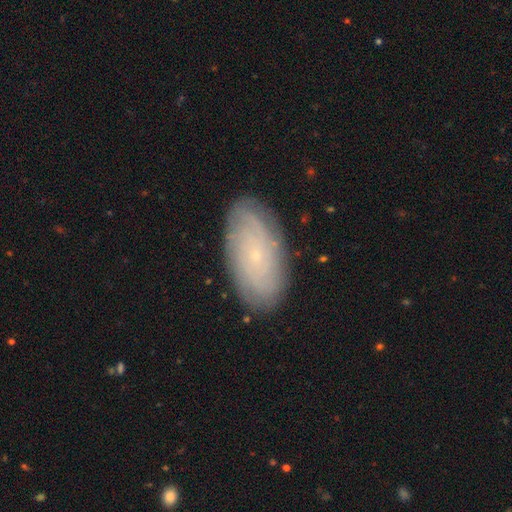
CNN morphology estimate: This is likely a featured or disk galaxy (61%). It is clearly not viewed edge-on (92%). Bar: clearly no (85%). Spiral arm pattern: clearly yes (85%). Central bulge: clearly small (89%). Merging: clearly none (85%).